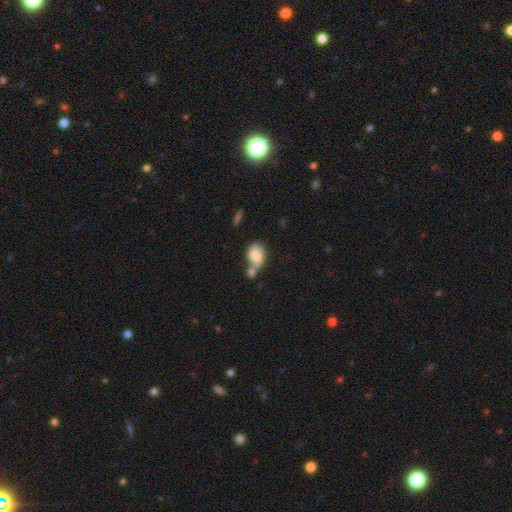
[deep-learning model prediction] Q: Smooth or featured?
A: smooth (62%); runner-up: featured or disk (30%)
Q: How rounded?
A: in between (72%); runner-up: round (26%)
Q: Merging?
A: merger (47%); runner-up: none (28%)